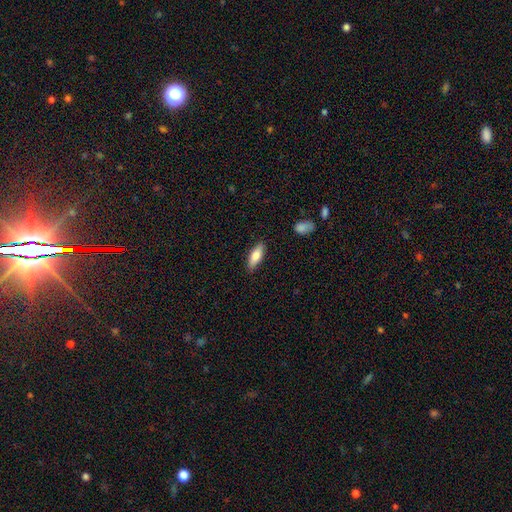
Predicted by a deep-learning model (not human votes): Overall: smooth (75%). How rounded: in between (65%; cigar-shaped 33%). Merging: none (86%).